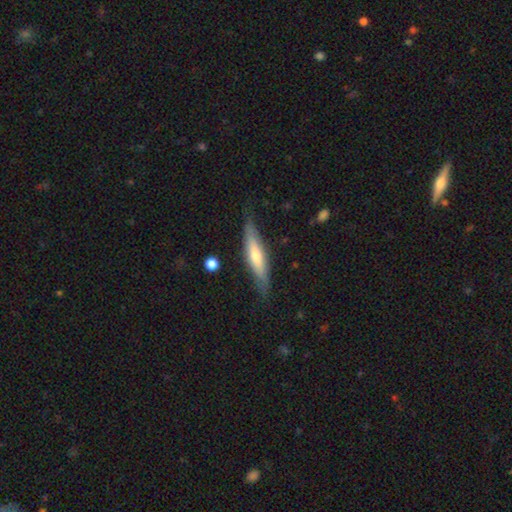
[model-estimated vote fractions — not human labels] This appears to be a smooth galaxy with no disk features (47%, tied with featured or disk). Merging: none (79%).